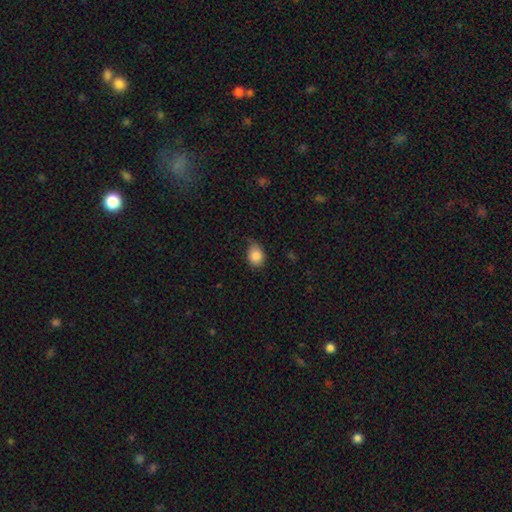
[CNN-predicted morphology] Smooth or featured? smooth (85%)
How rounded? in between (57%)
Merging? none (63%)